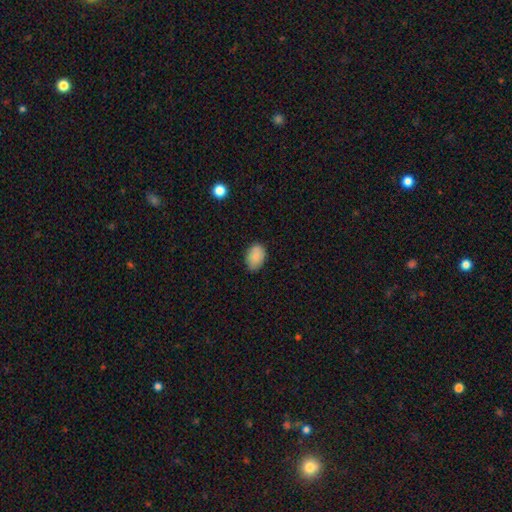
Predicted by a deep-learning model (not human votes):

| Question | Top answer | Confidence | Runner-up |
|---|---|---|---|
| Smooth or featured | smooth | 86% | star or artifact (7%) |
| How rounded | in between | 81% | round (18%) |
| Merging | none | 80% | minor disturbance (17%) |